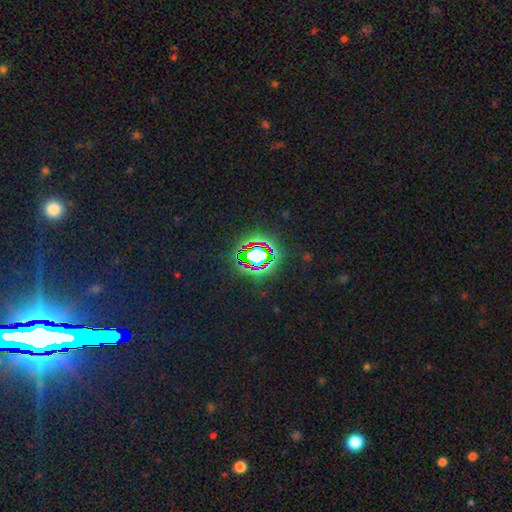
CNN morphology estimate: A star or artifact, not a galaxy (71%).

Vote fractions:
- Smooth or featured? star or artifact: 71% / smooth: 17% / featured or disk: 12%